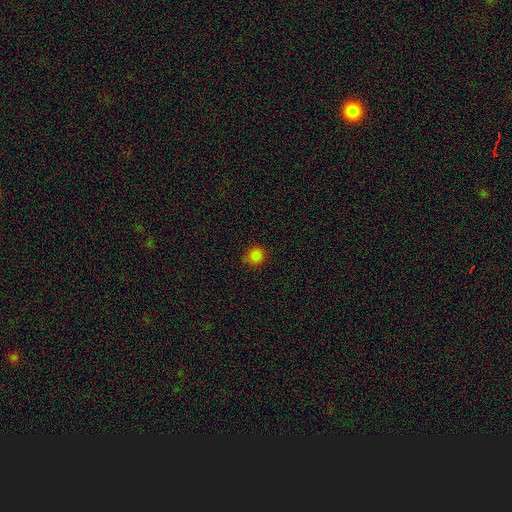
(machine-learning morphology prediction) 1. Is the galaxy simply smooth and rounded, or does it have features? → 83% smooth, 14% star or artifact, 3% featured or disk.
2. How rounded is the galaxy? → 89% round, 10% in between, 1% cigar-shaped.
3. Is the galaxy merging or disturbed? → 81% none, 14% minor disturbance, 3% major disturbance, 1% merger.